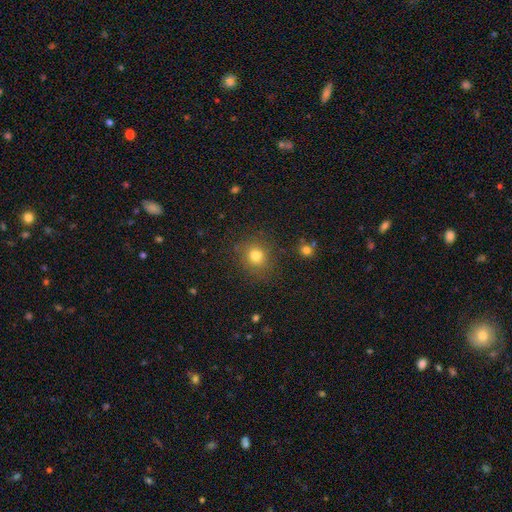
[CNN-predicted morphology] Q: Smooth or featured?
A: smooth (78%); runner-up: star or artifact (15%)
Q: How rounded?
A: round (82%); runner-up: in between (17%)
Q: Merging?
A: none (82%); runner-up: minor disturbance (11%)